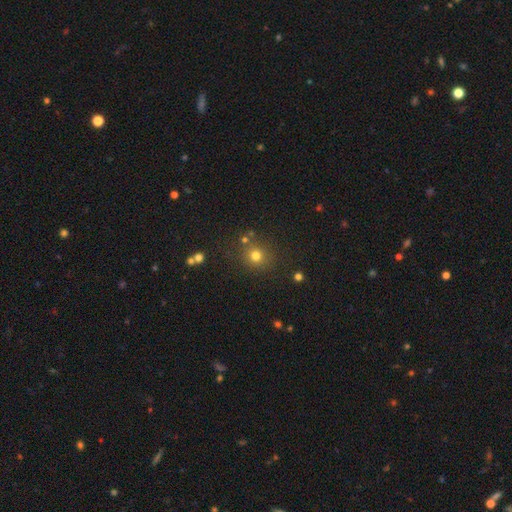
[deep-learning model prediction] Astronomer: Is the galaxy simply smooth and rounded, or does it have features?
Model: smooth — 75%.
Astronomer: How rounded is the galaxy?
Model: round — 89%.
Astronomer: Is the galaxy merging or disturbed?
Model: none — 81%.